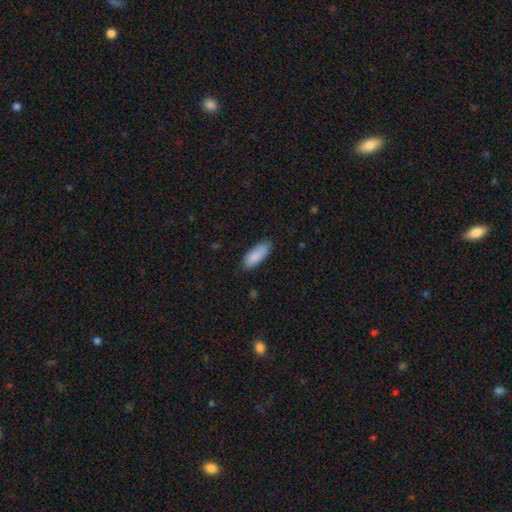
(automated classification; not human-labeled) Smooth or featured: smooth — 87% (featured or disk — 7%)
How rounded: in between — 78% (cigar-shaped — 21%)
Merging: none — 78% (minor disturbance — 18%)